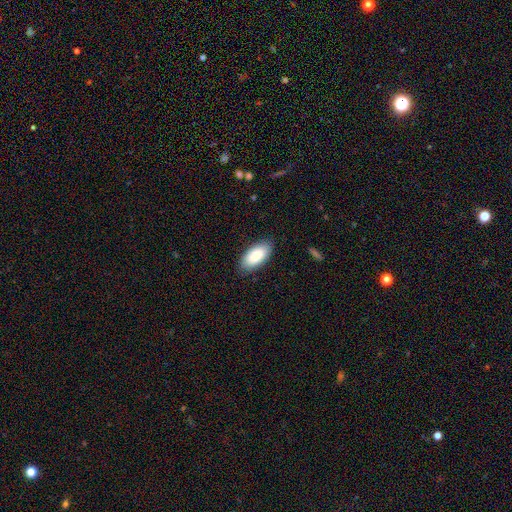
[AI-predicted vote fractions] Smooth or featured?
  - smooth: 88% *
  - featured or disk: 6%
  - star or artifact: 6%
How rounded?
  - in between: 92% *
  - cigar-shaped: 7%
  - round: 2%
Merging?
  - none: 86% *
  - minor disturbance: 11%
  - major disturbance: 2%
  - merger: 1%